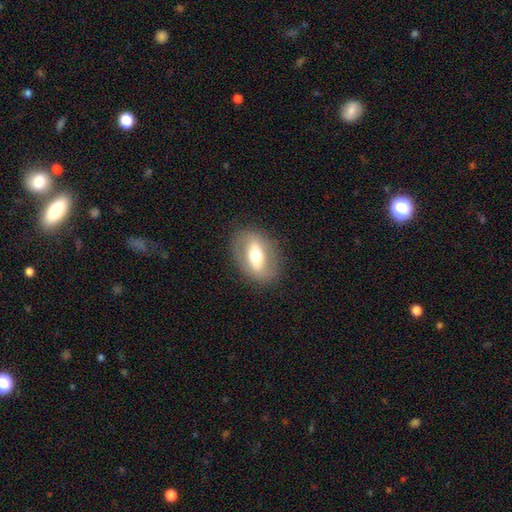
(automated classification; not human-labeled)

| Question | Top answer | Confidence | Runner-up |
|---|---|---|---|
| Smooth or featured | featured or disk | 49% | smooth (44%) |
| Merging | none | 84% | minor disturbance (11%) |